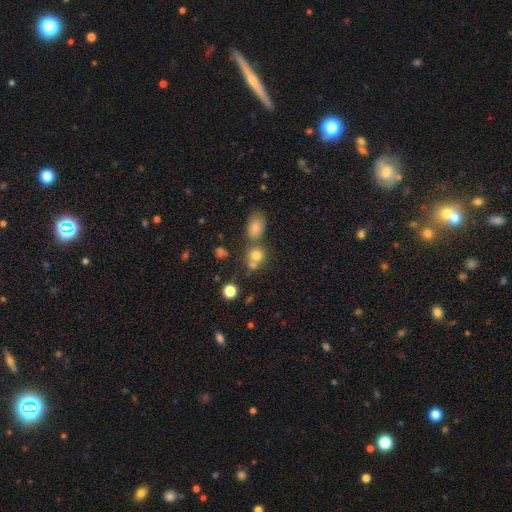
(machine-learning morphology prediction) A smooth galaxy with no disk features (75%) that is round (76%). Merging: none (48%).